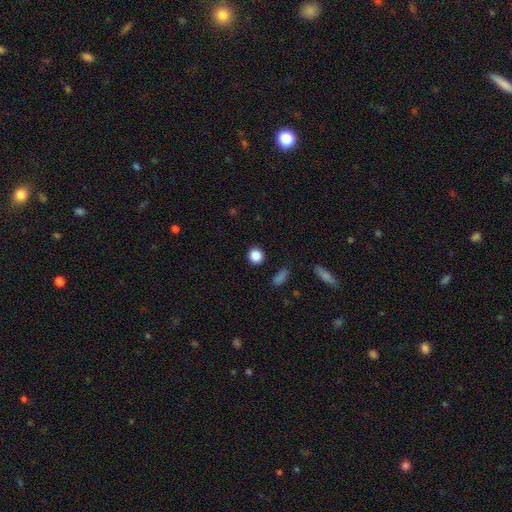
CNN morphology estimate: Smooth or featured? Predicted: smooth (p=0.86). How rounded? Predicted: round (p=0.91). Merging? Predicted: none (p=0.90).